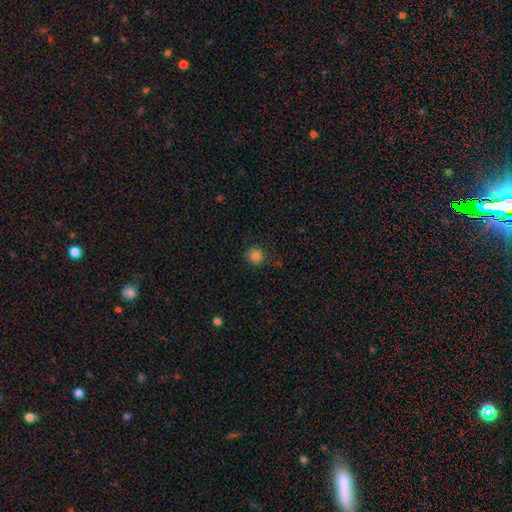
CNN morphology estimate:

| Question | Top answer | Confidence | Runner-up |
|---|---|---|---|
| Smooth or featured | smooth | 84% | star or artifact (12%) |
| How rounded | round | 91% | in between (8%) |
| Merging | none | 86% | minor disturbance (10%) |